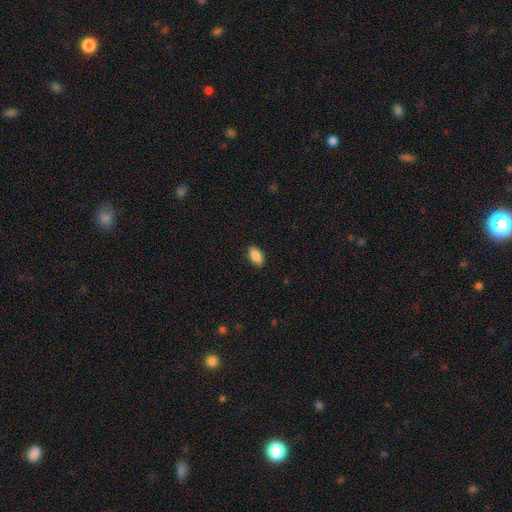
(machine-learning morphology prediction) This appears to be a smooth galaxy with no disk features (88%) that is in between round and cigar-shaped (92%). Merging: none (88%).